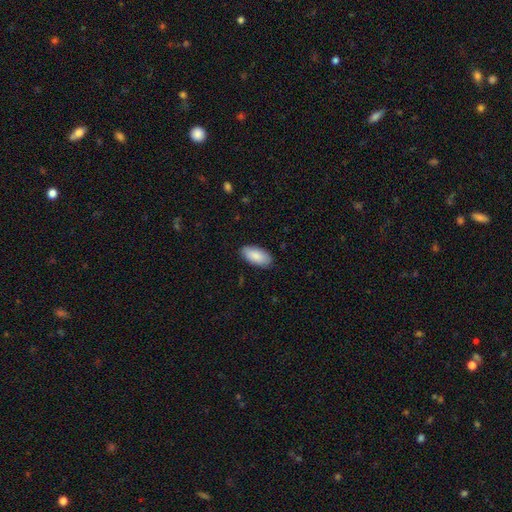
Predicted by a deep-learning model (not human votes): Q: Smooth or featured?
A: smooth (88%); runner-up: featured or disk (6%)
Q: How rounded?
A: in between (94%); runner-up: cigar-shaped (4%)
Q: Merging?
A: none (88%); runner-up: minor disturbance (9%)